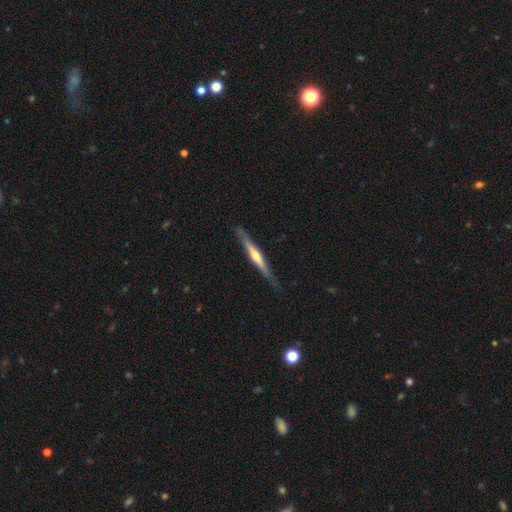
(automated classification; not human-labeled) Smooth or featured: featured or disk — 65% (smooth — 30%)
Edge-on disk: yes — 97% (no — 3%)
Edge-on bulge: rounded — 69% (none — 21%)
Merging: none — 82% (minor disturbance — 14%)